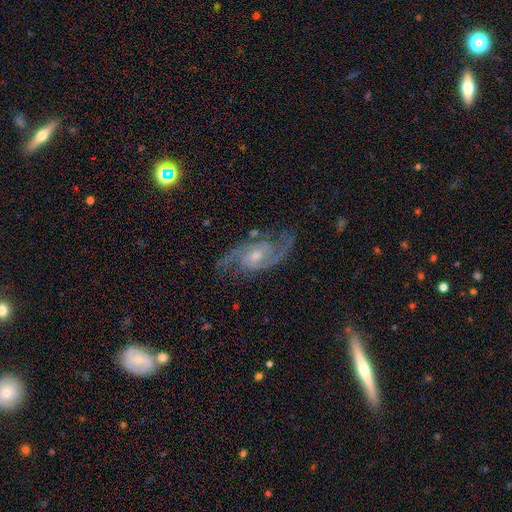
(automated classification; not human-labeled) Q: Smooth or featured?
A: featured or disk (91%); runner-up: star or artifact (5%)
Q: Edge-on disk?
A: no (96%); runner-up: yes (4%)
Q: Bar?
A: no (50%); runner-up: weak (41%)
Q: Spiral arms?
A: yes (98%); runner-up: no (2%)
Q: Spiral winding?
A: medium (56%); runner-up: tight (26%)
Q: Spiral arm count?
A: 2 (87%); runner-up: 3 (4%)
Q: Bulge size?
A: moderate (51%); runner-up: small (44%)
Q: Merging?
A: none (76%); runner-up: minor disturbance (16%)